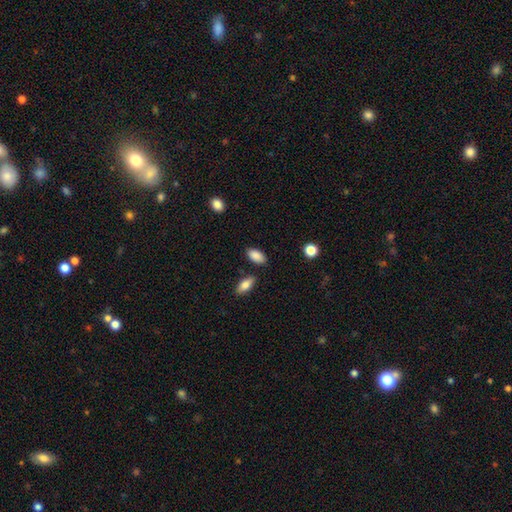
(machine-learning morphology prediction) smooth_or_featured: smooth (p=0.88) [alt: star or artifact p=0.07]
how_rounded: in between (p=0.92) [alt: cigar-shaped p=0.04]
merging: none (p=0.83) [alt: minor disturbance p=0.11]